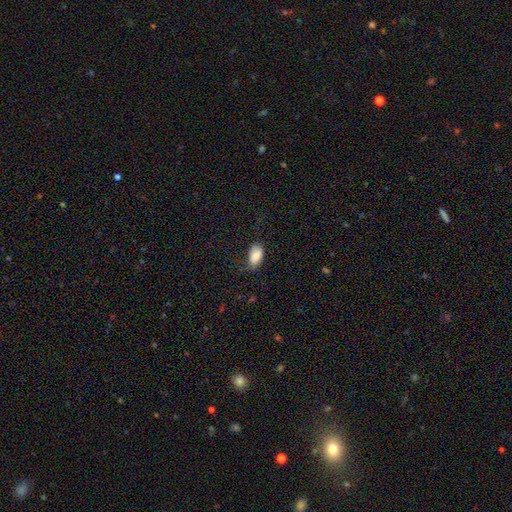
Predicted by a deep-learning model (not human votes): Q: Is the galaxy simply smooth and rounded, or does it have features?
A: smooth — 84%.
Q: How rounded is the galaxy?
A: in between — 93%.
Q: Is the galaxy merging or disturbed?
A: none — 44%.